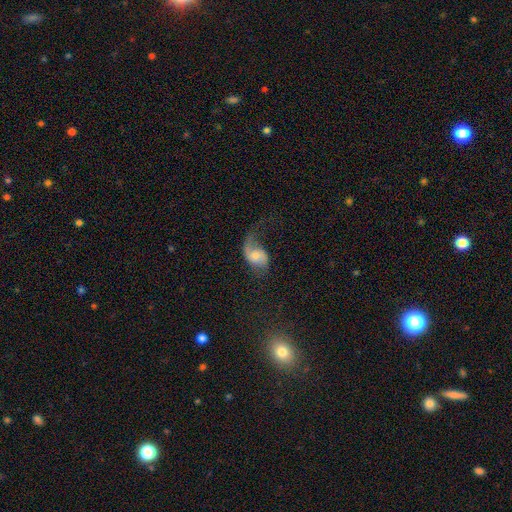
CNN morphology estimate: Smooth or featured? featured or disk (66%)
Edge-on disk? no (97%)
Bar? no (63%)
Spiral arms? yes (91%)
Spiral winding? loose (71%)
Spiral arm count? 2 (51%)
Bulge size? moderate (47%)
Merging? none (38%, tied with major disturbance)